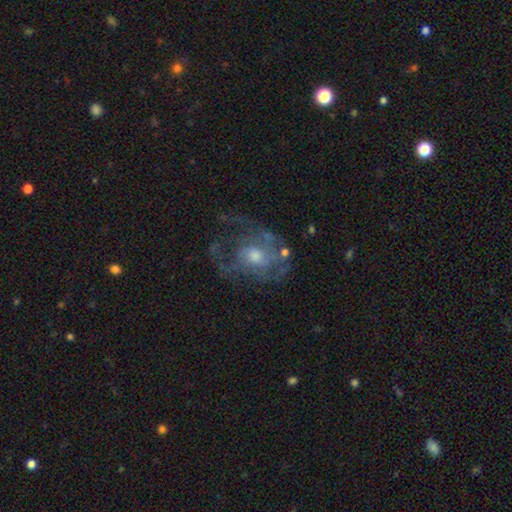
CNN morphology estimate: Smooth or featured? Predicted: featured or disk (p=0.70). Edge-on disk? Predicted: no (p=0.97). Bar? Predicted: no (p=0.75). Spiral arms? Predicted: yes (p=0.63). Bulge size? Predicted: moderate (p=0.59). Merging? Predicted: none (p=0.45).